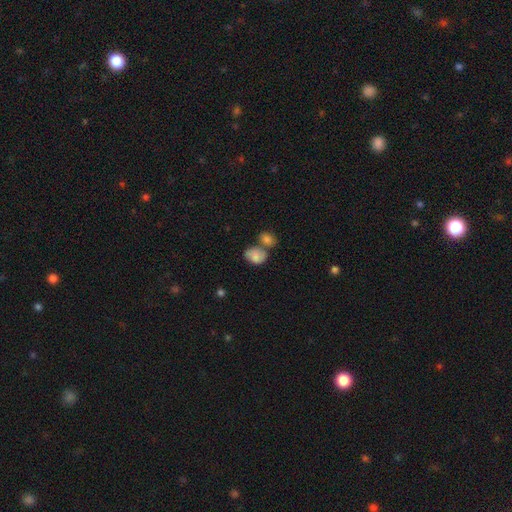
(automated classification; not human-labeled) Smooth or featured? Predicted: smooth (p=0.77). How rounded? Predicted: in between (p=0.68). Merging? Predicted: merger (p=0.42).